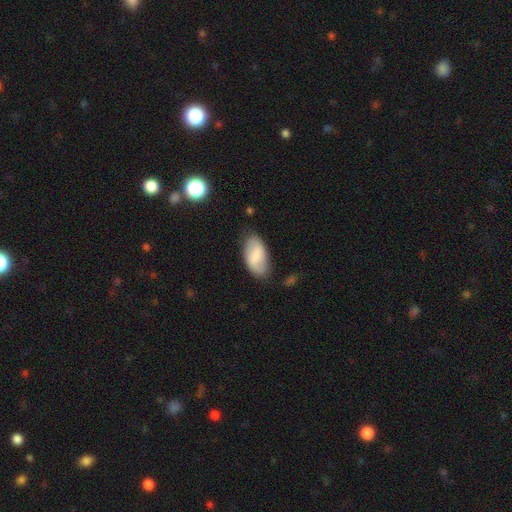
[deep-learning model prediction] Smooth or featured? smooth (73%)
How rounded? in between (95%)
Merging? none (69%)